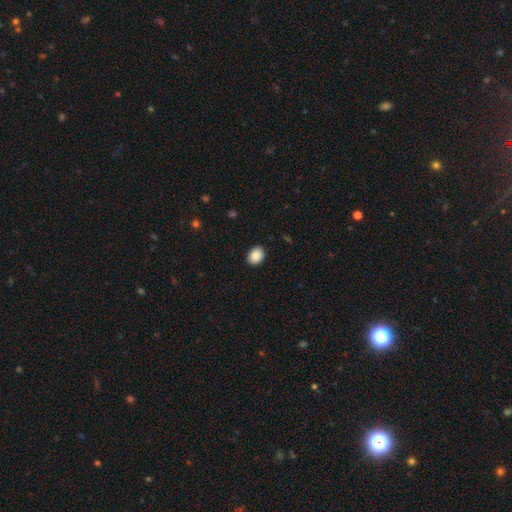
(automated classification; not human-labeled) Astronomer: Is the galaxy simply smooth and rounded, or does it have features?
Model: smooth — 89%.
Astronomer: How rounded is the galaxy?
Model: in between — 61% (runner-up: round, 38%).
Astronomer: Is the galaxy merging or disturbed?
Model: none — 89%.